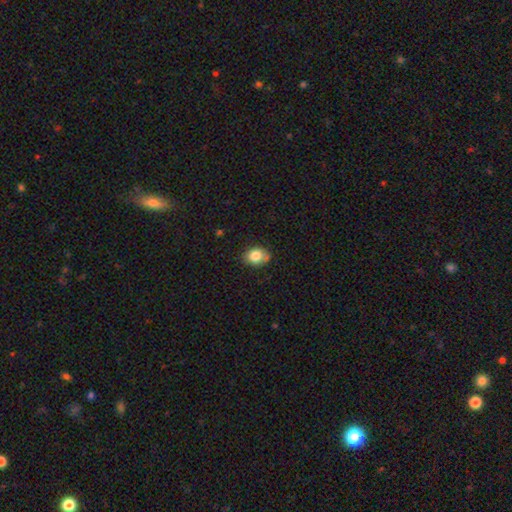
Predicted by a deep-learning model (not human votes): Smooth or featured? Predicted: smooth (p=0.83). How rounded? Predicted: in between (p=0.57). Merging? Predicted: none (p=0.74).